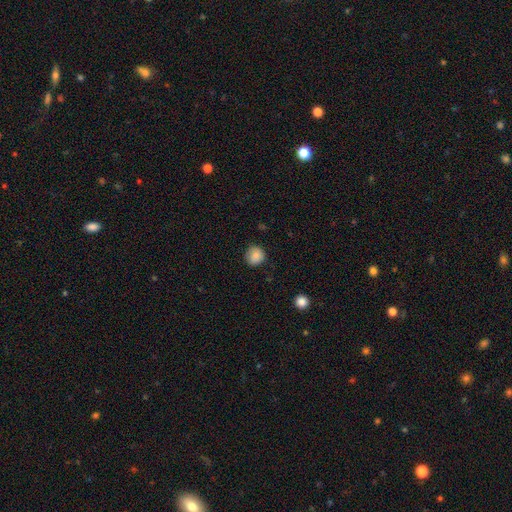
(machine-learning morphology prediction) Smooth or featured?
  - smooth: 83% *
  - featured or disk: 9%
  - star or artifact: 9%
How rounded?
  - round: 89% *
  - in between: 10%
  - cigar-shaped: 1%
Merging?
  - none: 82% *
  - minor disturbance: 14%
  - major disturbance: 3%
  - merger: 1%